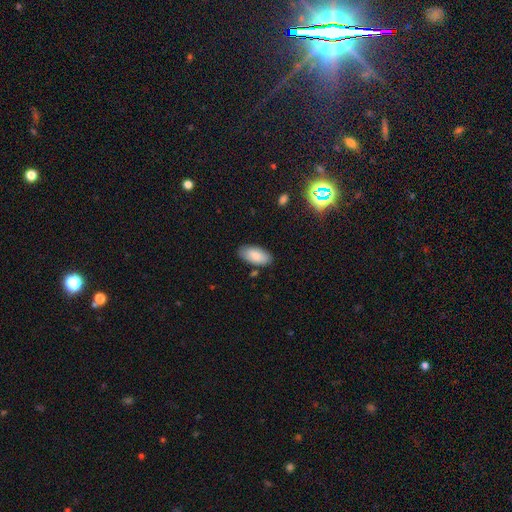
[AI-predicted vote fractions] smooth-or-featured: smooth: 86% | featured or disk: 8% | star or artifact: 6%
  how-rounded: in between: 94% | cigar-shaped: 4% | round: 2%
  merging: none: 83% | minor disturbance: 12% | major disturbance: 2% | merger: 2%